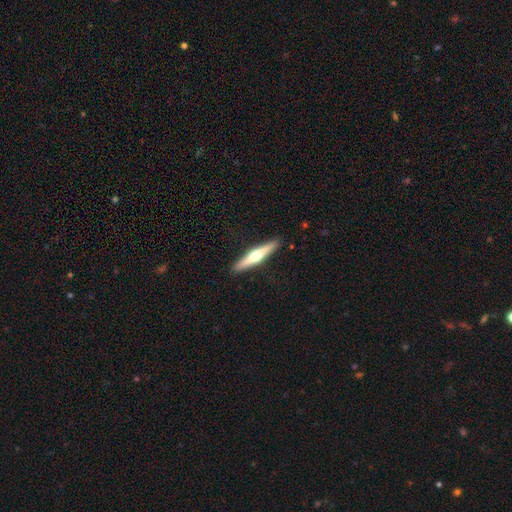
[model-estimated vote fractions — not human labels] smooth_or_featured: featured or disk (p=0.61) [alt: smooth p=0.34]
disk_edge_on: yes (p=0.97) [alt: no p=0.03]
edge_on_bulge: rounded (p=0.92) [alt: none p=0.05]
merging: none (p=0.91) [alt: minor disturbance p=0.06]